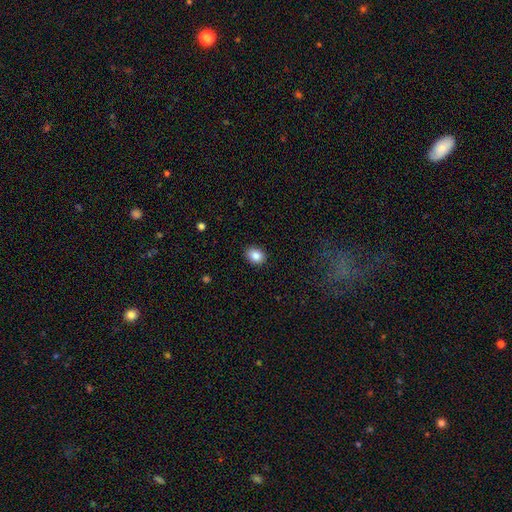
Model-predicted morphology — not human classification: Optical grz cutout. It shows a smooth galaxy with no disk features (86%) that is in between round and cigar-shaped (60%). Merging: none (89%).